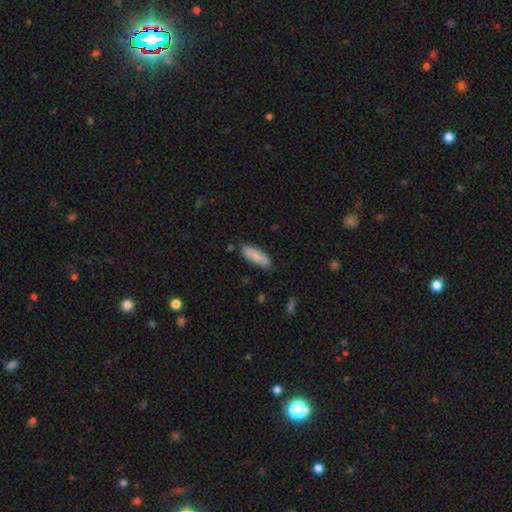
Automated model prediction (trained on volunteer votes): Q: Smooth or featured?
A: smooth (83%); runner-up: featured or disk (11%)
Q: How rounded?
A: in between (55%); runner-up: cigar-shaped (44%)
Q: Merging?
A: none (80%); runner-up: minor disturbance (15%)